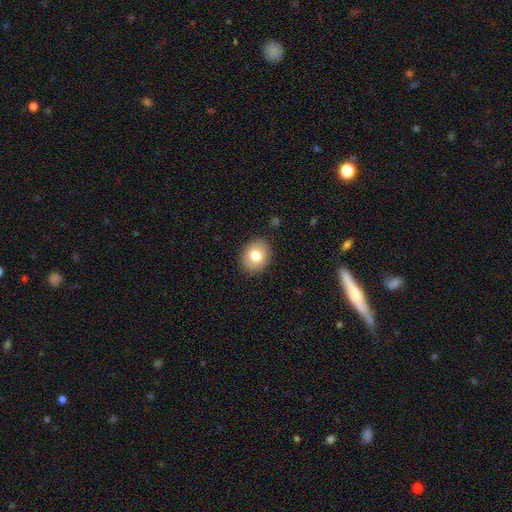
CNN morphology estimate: Smooth or featured? Predicted: smooth (p=0.79). How rounded? Predicted: round (p=0.56). Merging? Predicted: none (p=0.89).